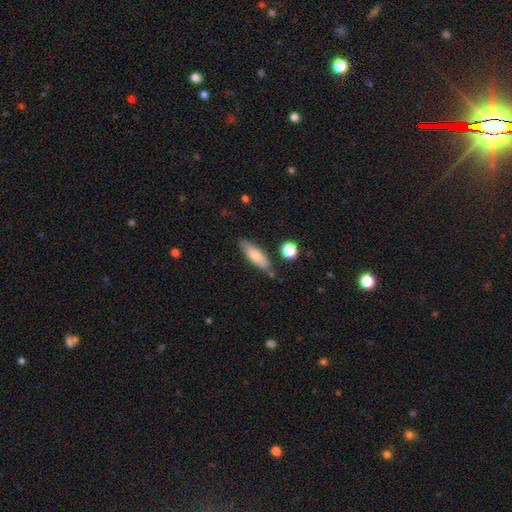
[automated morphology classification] type=smooth (71%); roundness=in between (55%); merging=none (74%).